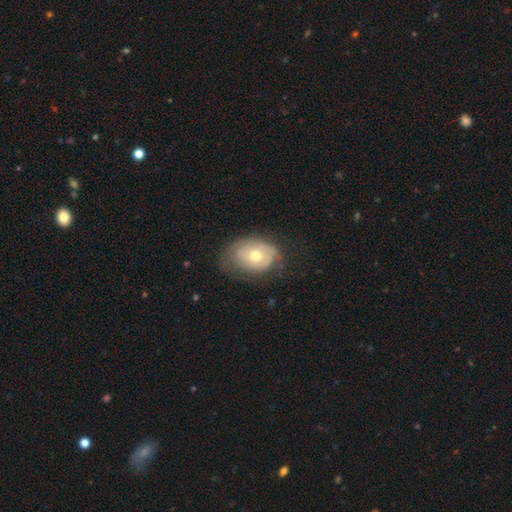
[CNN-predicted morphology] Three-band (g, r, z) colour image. It shows a smooth galaxy with no disk features (49%). Merging: none (52%).